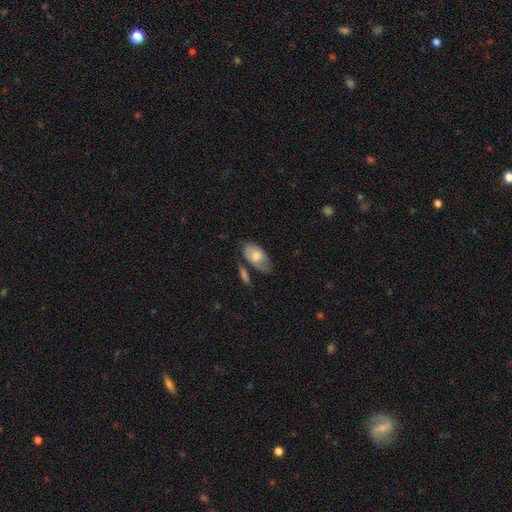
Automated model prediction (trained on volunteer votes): Q: Smooth or featured?
A: smooth (61%); runner-up: featured or disk (33%)
Q: How rounded?
A: in between (92%); runner-up: round (5%)
Q: Merging?
A: none (51%); runner-up: minor disturbance (27%)